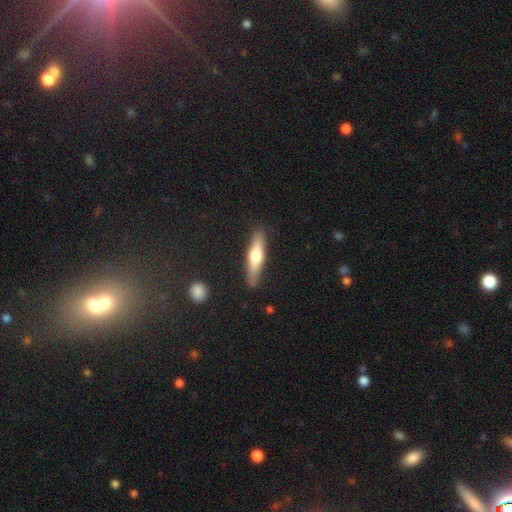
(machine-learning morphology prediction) type=smooth (53%); roundness=cigar-shaped (82%); merging=none (83%).